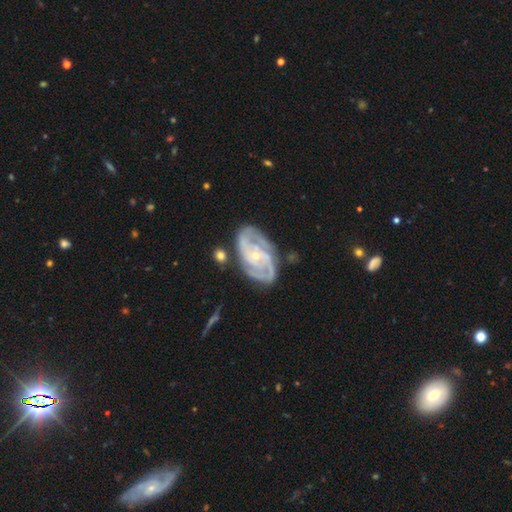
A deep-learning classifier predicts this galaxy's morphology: The model was most divided on "spiral arm count": 2: 37%, 3: 29%, can't tell: 14%, 4: 10%, more than 4: 5%, 1: 5%. More confident: spiral arms — yes (97%); edge-on disk — no (97%); smooth or featured — featured or disk (90%); merging — none (72%); bulge size — small (71%); bar — no (61%); spiral winding — tight (58%).